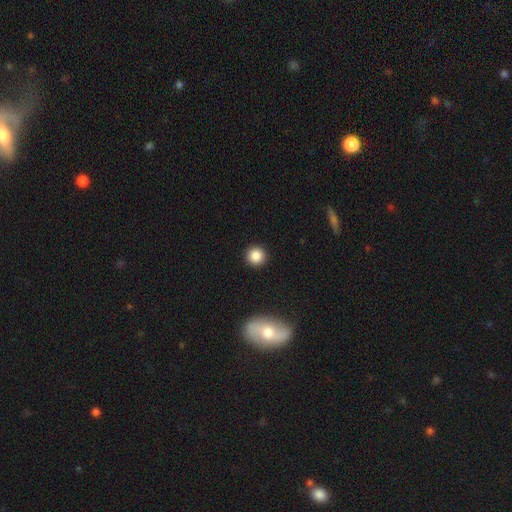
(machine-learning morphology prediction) Q: Smooth or featured?
A: smooth (86%); runner-up: star or artifact (10%)
Q: How rounded?
A: round (93%); runner-up: in between (6%)
Q: Merging?
A: none (92%); runner-up: minor disturbance (5%)